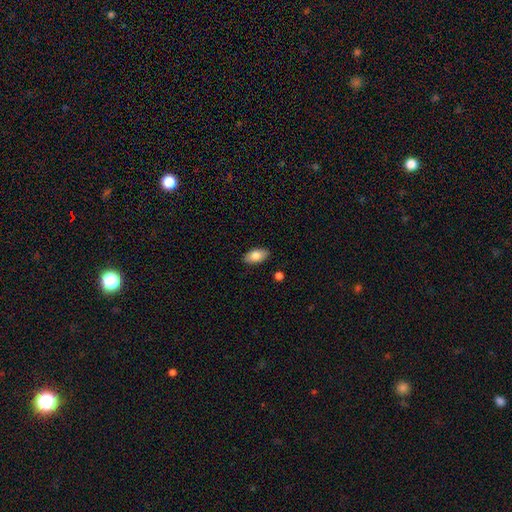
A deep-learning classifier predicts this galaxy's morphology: Smooth or featured? smooth (81%)
How rounded? in between (93%)
Merging? none (87%)